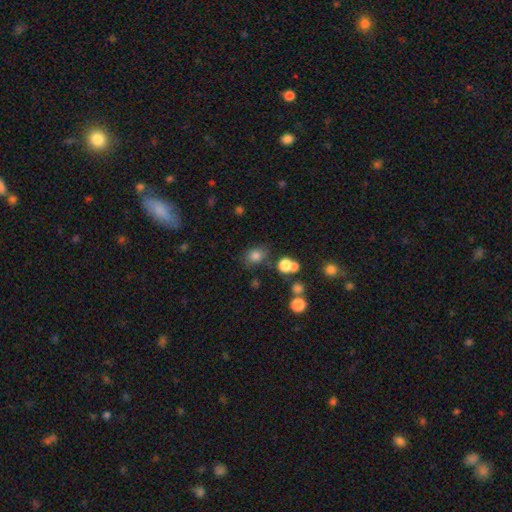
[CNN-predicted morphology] smooth-or-featured: smooth: 79% | star or artifact: 14% | featured or disk: 7%
  how-rounded: round: 51% | in between: 48% | cigar-shaped: 1%
  merging: none: 70% | minor disturbance: 15% | merger: 9% | major disturbance: 6%